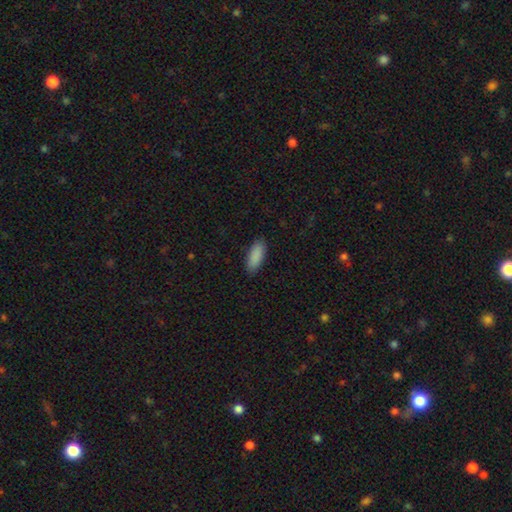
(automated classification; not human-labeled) A smooth galaxy with no disk features (90%) that is in between round and cigar-shaped (79%). Merging: none (87%).